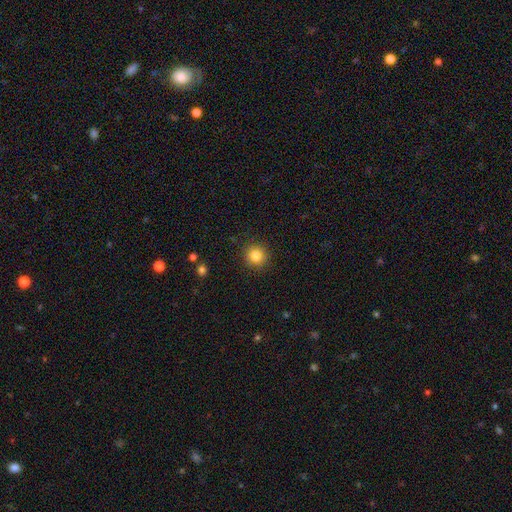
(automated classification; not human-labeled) Overall: smooth (84%). How rounded: round (93%). Merging: none (89%).